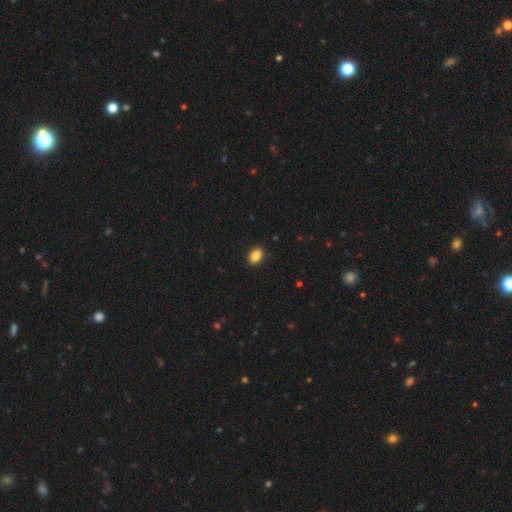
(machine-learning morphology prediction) smooth-or-featured: smooth: 87% | star or artifact: 9% | featured or disk: 4%
  how-rounded: in between: 84% | round: 14% | cigar-shaped: 1%
  merging: none: 90% | minor disturbance: 7% | major disturbance: 2% | merger: 1%